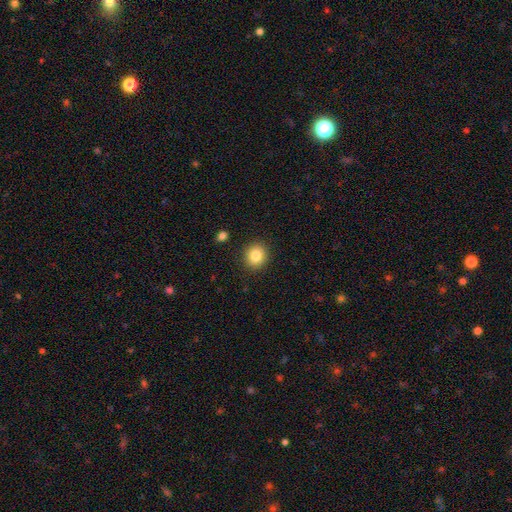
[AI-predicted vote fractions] Smooth or featured?
  - smooth: 85% *
  - star or artifact: 9%
  - featured or disk: 6%
How rounded?
  - round: 80% *
  - in between: 19%
  - cigar-shaped: 1%
Merging?
  - none: 89% *
  - minor disturbance: 7%
  - major disturbance: 2%
  - merger: 1%